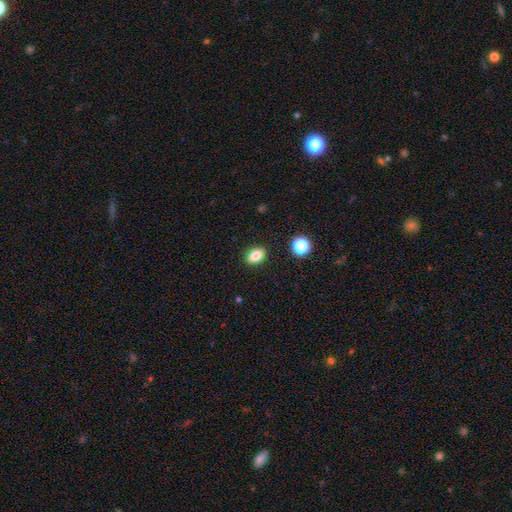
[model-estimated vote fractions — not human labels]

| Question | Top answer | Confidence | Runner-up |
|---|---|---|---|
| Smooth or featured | smooth | 82% | star or artifact (11%) |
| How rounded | in between | 79% | round (20%) |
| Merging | none | 89% | minor disturbance (7%) |